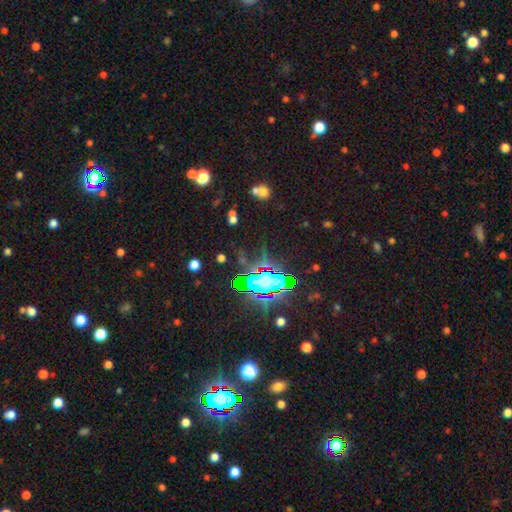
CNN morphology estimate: Overall: star or artifact (81%).